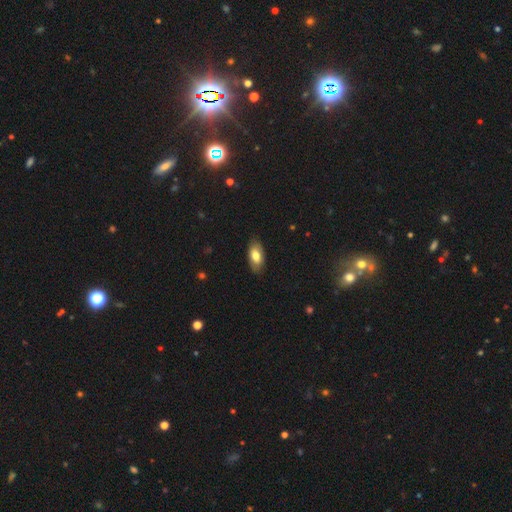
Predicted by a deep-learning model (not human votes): Q: Smooth or featured?
A: smooth (74%); runner-up: featured or disk (19%)
Q: How rounded?
A: in between (92%); runner-up: cigar-shaped (6%)
Q: Merging?
A: none (85%); runner-up: minor disturbance (12%)